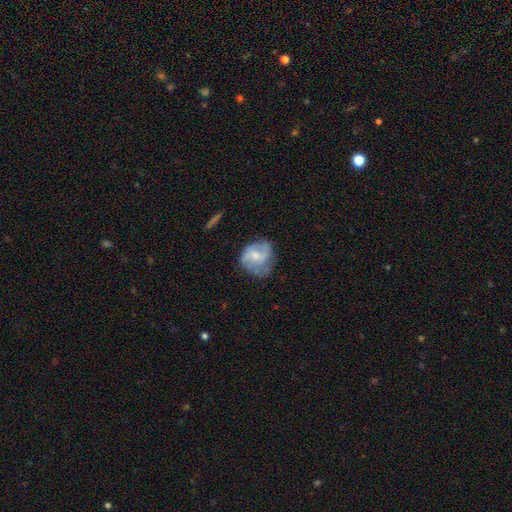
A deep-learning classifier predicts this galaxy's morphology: featured or disk 52%, smooth 41%, star or artifact 7%. Down the decision tree: edge-on disk — no (97%); bar — no (55%); spiral arms — yes (73%); bulge size — moderate (41%, tied with small); merging — none (53%).